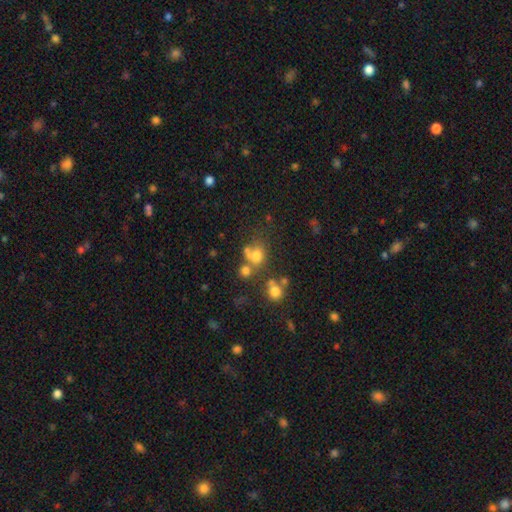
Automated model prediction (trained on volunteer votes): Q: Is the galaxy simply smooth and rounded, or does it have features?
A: smooth — 66%.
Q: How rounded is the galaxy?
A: round — 68%.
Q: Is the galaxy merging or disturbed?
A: none — 44%.